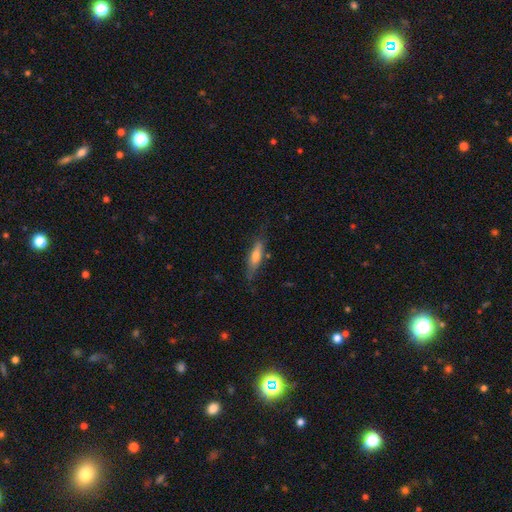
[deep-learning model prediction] smooth_or_featured: smooth (p=0.57) [alt: featured or disk p=0.37]
how_rounded: cigar-shaped (p=0.68) [alt: in between p=0.30]
merging: none (p=0.71) [alt: minor disturbance p=0.21]